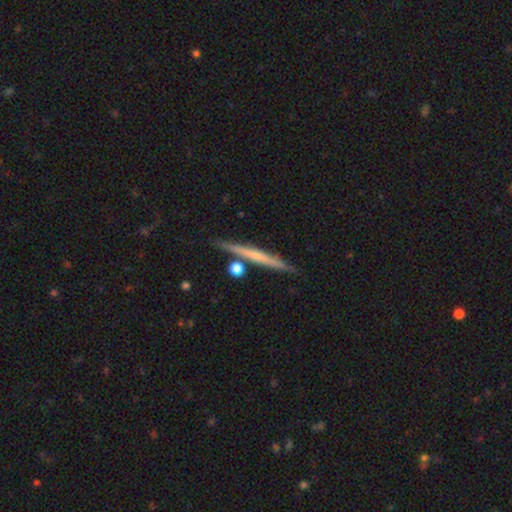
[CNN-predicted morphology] Smooth or featured: featured or disk — 57% (smooth — 37%)
Edge-on disk: yes — 97% (no — 3%)
Edge-on bulge: none — 70% (rounded — 24%)
Merging: none — 83% (minor disturbance — 9%)